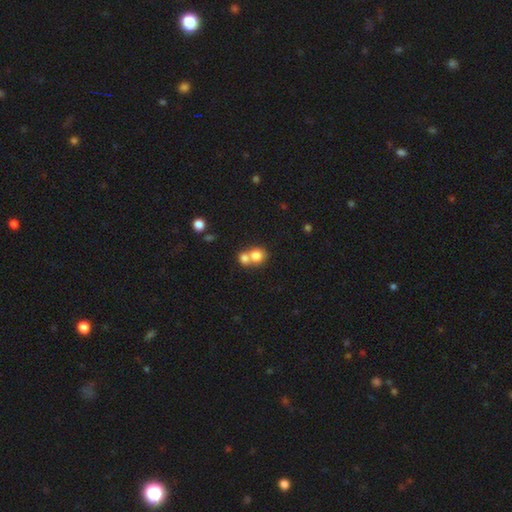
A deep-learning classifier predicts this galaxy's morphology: Smooth or featured: smooth — 79% (featured or disk — 11%)
How rounded: round — 78% (in between — 21%)
Merging: merger — 60% (none — 32%)